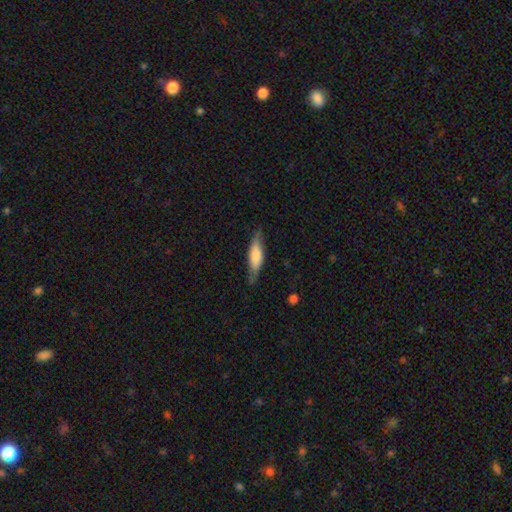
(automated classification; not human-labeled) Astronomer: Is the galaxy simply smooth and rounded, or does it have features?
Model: smooth — 60%.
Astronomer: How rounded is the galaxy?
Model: cigar-shaped — 57% (runner-up: in between, 41%).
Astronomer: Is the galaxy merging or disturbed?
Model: none — 72%.